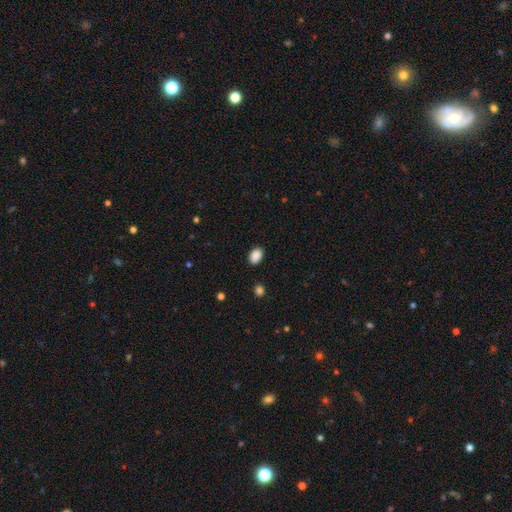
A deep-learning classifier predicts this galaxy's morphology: Smooth or featured: smooth — 89% (star or artifact — 9%)
How rounded: in between — 78% (round — 21%)
Merging: none — 87% (minor disturbance — 10%)